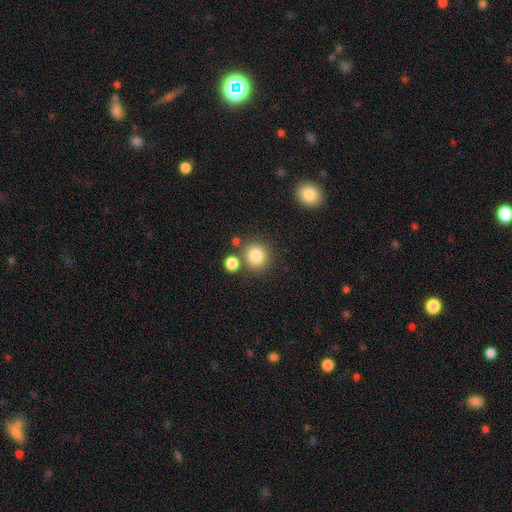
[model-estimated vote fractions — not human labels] Smooth or featured? smooth (83%)
How rounded? round (89%)
Merging? none (75%)